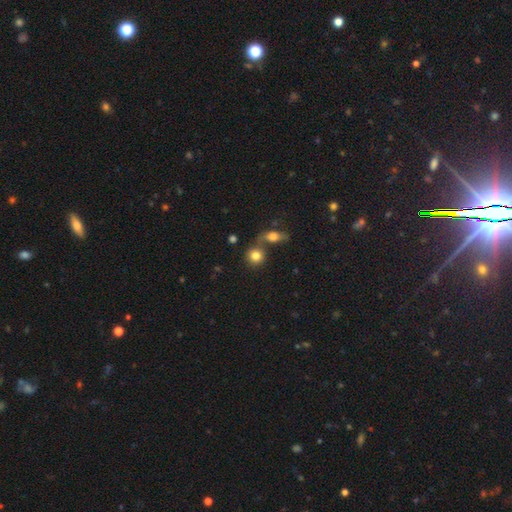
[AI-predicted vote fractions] Smooth or featured: smooth — 82% (featured or disk — 10%)
How rounded: round — 83% (in between — 15%)
Merging: none — 45% (merger — 40%)